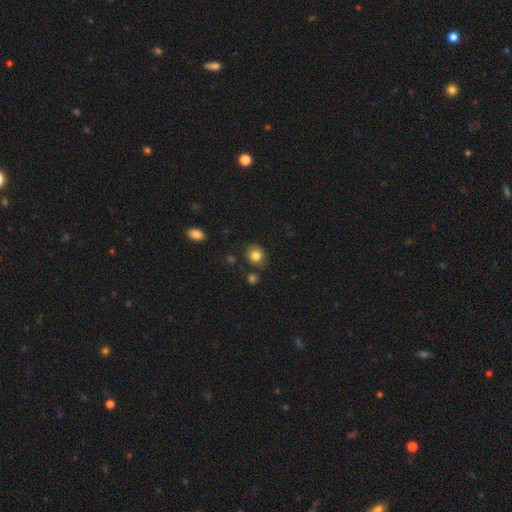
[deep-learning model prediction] Smooth or featured? Predicted: smooth (p=0.83). How rounded? Predicted: round (p=0.82). Merging? Predicted: none (p=0.82).